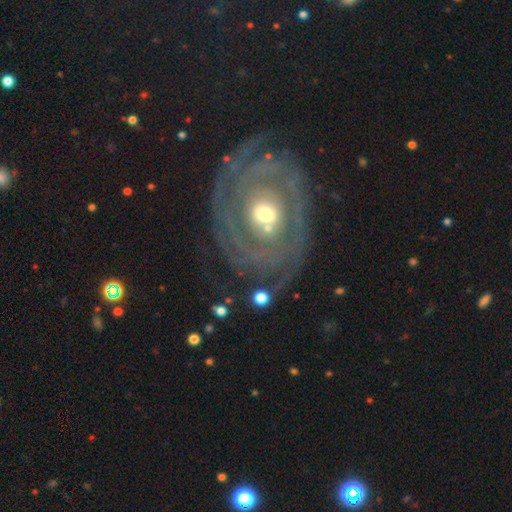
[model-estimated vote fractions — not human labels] Overall: featured or disk (85%). Edge-on disk: no (96%). Bar: no (62%; weak 26%). Spiral arms: yes (88%). Spiral arm count: can't tell (33%; 2 26%). Spiral winding: tight (78%). Bulge size: moderate (66%). Merging: none (79%).